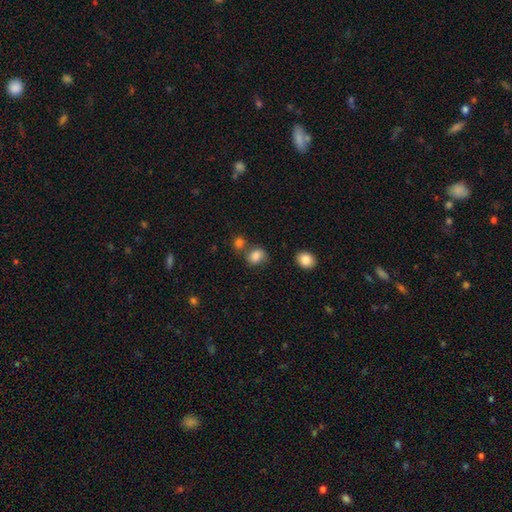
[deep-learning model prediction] The model was most divided on "how rounded": round: 51%, in between: 48%, cigar-shaped: 1%. More confident: smooth or featured — smooth (82%); merging — none (59%).